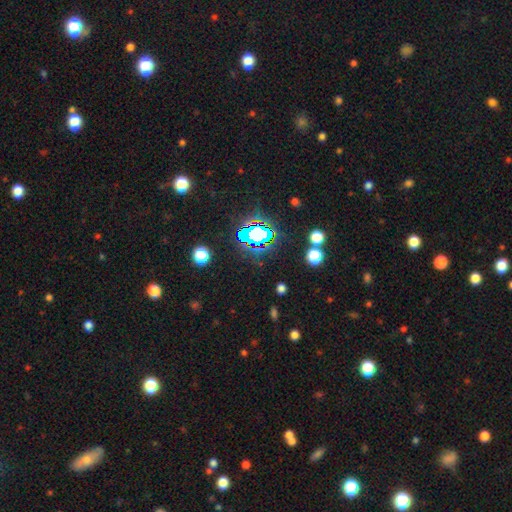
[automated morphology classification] star or artifact 77%, smooth 14%, featured or disk 9%.